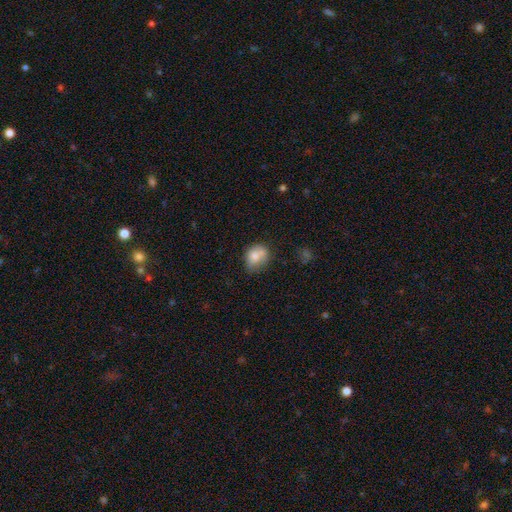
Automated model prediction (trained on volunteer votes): smooth-or-featured: smooth: 73% | featured or disk: 18% | star or artifact: 9%
  how-rounded: in between: 53% | round: 46% | cigar-shaped: 1%
  merging: none: 46% | minor disturbance: 28% | merger: 17% | major disturbance: 9%